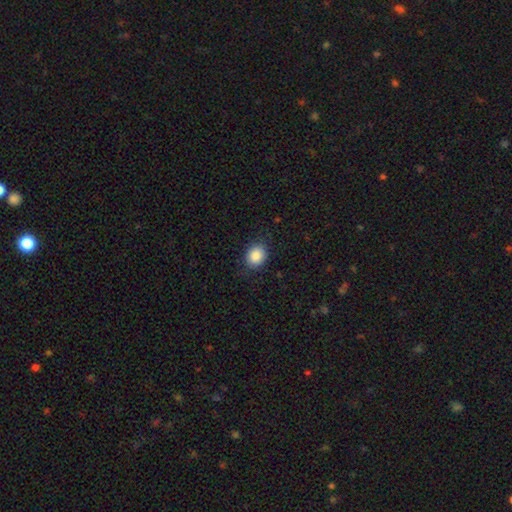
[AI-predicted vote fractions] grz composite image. It shows a smooth galaxy with no disk features (87%) that is round (56%). Merging: none (82%).